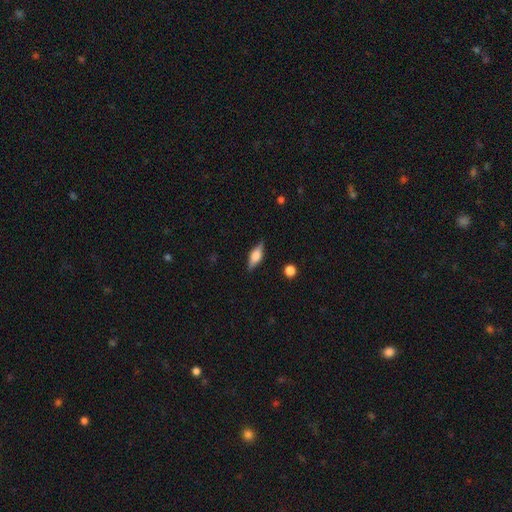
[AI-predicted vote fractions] A smooth galaxy with no disk features (47%). Merging: none (85%).